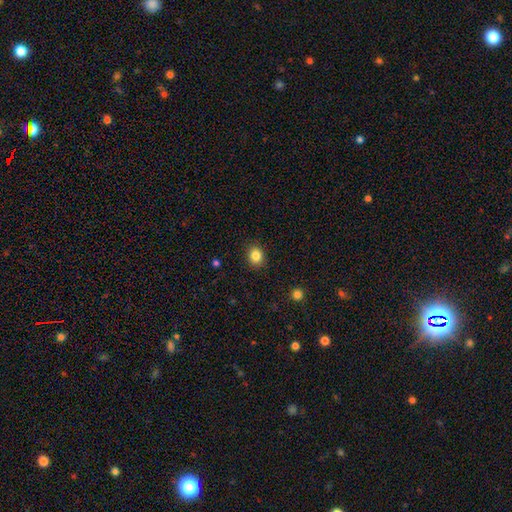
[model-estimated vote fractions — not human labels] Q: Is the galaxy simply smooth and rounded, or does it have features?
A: smooth — 84%.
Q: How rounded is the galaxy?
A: round — 60%.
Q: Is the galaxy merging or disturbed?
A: none — 89%.